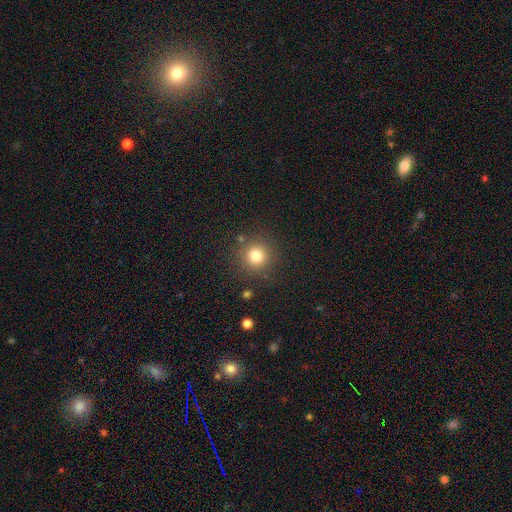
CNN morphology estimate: A smooth galaxy with no disk features (79%) that is round (94%). Merging: none (86%).